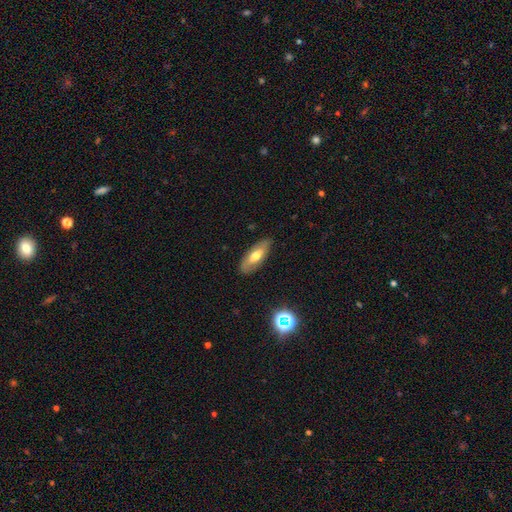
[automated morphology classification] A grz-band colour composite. It shows a smooth galaxy with no disk features (57%) that is in between round and cigar-shaped (76%). Merging: none (85%).